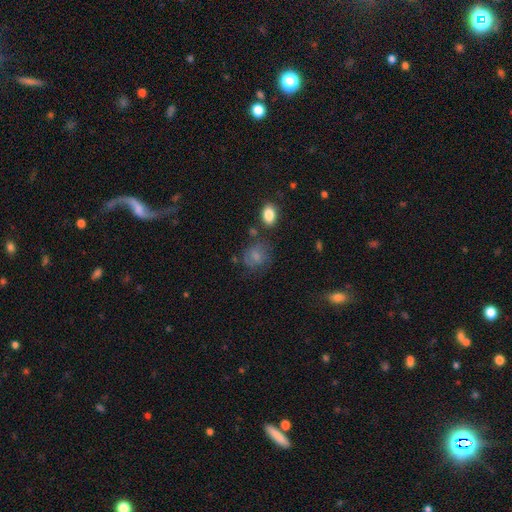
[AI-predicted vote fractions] The model was most divided on "how rounded": round: 59%, in between: 39%, cigar-shaped: 1%. More confident: smooth or featured — smooth (61%); merging — none (58%).